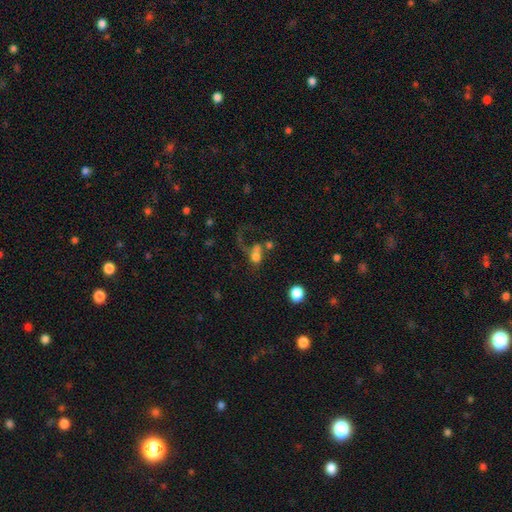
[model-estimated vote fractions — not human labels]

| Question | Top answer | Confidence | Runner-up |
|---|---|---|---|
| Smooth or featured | smooth | 58% | featured or disk (27%) |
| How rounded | round | 52% | in between (44%) |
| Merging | merger | 36% | major disturbance (35%) |